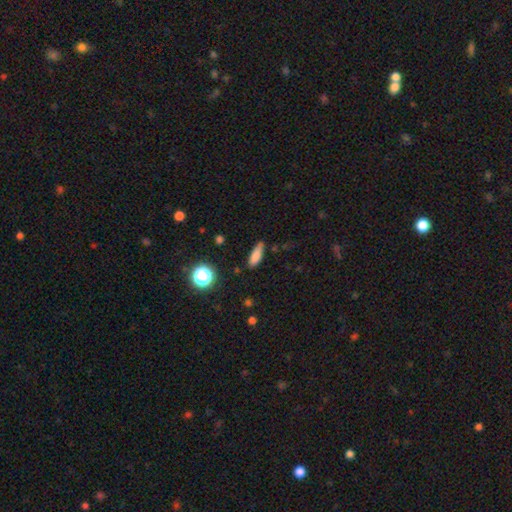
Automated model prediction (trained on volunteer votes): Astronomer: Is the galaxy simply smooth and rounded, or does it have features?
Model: smooth — 80%.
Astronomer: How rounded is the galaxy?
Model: in between — 50% (runner-up: cigar-shaped, 46%).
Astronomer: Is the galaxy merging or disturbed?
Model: none — 75%.